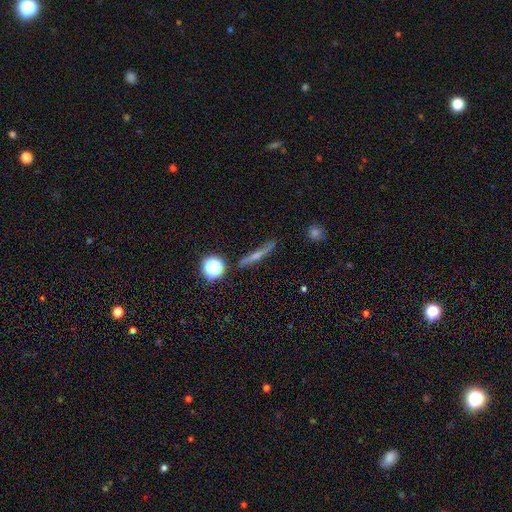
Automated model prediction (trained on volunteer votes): A featured or disk galaxy (55%) viewed edge-on (90%).

Vote fractions:
- Smooth or featured? featured or disk: 55% / smooth: 30% / star or artifact: 15%
- Edge-on disk? yes: 90% / no: 10%
- Merging? none: 82% / minor disturbance: 12% / major disturbance: 3% / merger: 3%